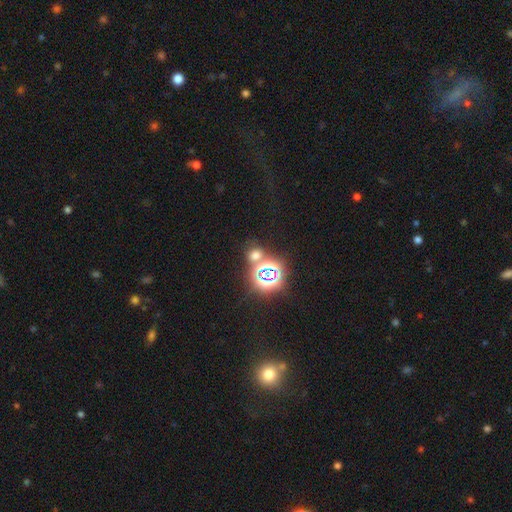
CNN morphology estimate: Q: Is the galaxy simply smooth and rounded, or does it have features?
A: star or artifact — 50%.